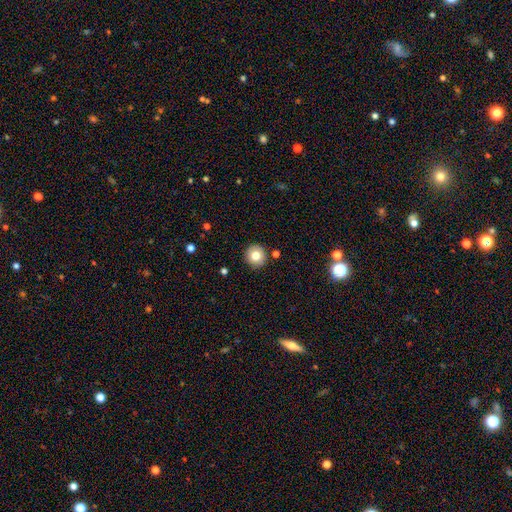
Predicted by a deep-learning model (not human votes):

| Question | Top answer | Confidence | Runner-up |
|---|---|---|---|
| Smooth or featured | smooth | 78% | featured or disk (12%) |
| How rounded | round | 93% | in between (6%) |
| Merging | none | 90% | minor disturbance (6%) |